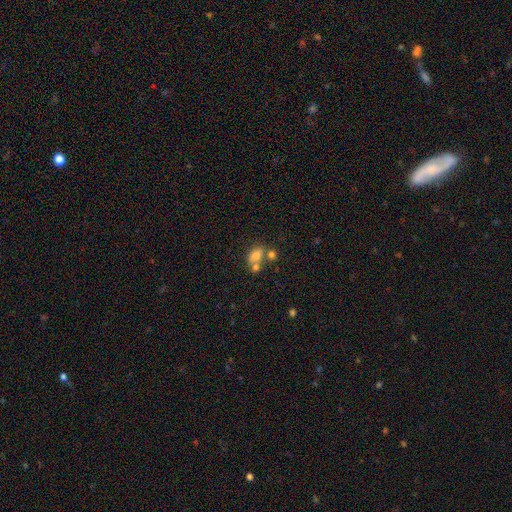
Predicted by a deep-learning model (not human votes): A smooth galaxy with no disk features (74%) that is in between round and cigar-shaped (75%). Merging: merger (45%).